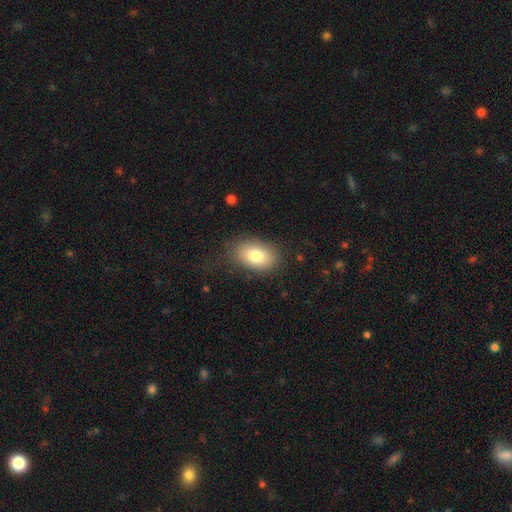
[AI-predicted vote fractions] A smooth galaxy with no disk features (79%) that is in between round and cigar-shaped (84%).

Vote fractions:
- Smooth or featured? smooth: 79% / featured or disk: 13% / star or artifact: 9%
- How rounded? in between: 84% / round: 15% / cigar-shaped: 1%
- Merging? none: 79% / minor disturbance: 14% / major disturbance: 6% / merger: 1%